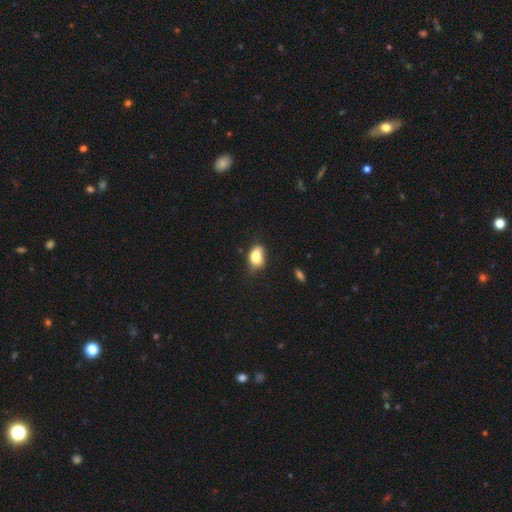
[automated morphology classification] Q: Smooth or featured?
A: smooth (82%); runner-up: star or artifact (9%)
Q: How rounded?
A: in between (76%); runner-up: round (22%)
Q: Merging?
A: none (59%); runner-up: minor disturbance (31%)